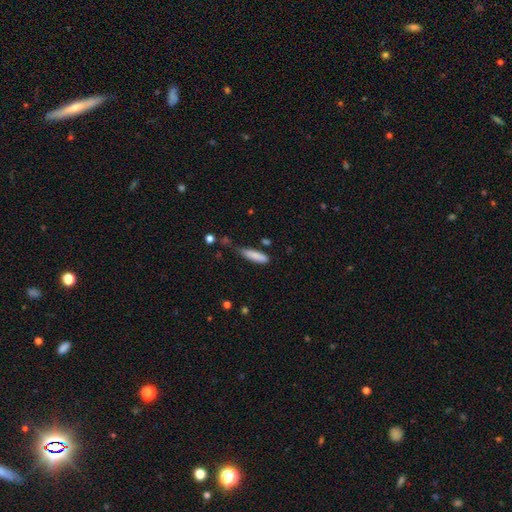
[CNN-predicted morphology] The model was most divided on "merging": none: 56%, minor disturbance: 32%, major disturbance: 7%, merger: 4%. More confident: smooth or featured — smooth (85%); how rounded — cigar-shaped (67%).